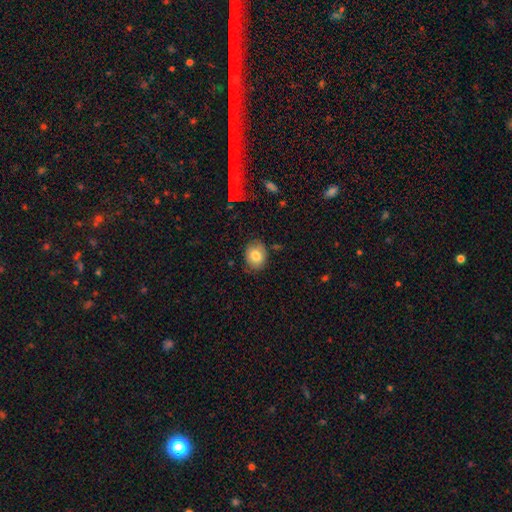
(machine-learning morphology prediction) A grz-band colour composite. It shows a smooth galaxy with no disk features (79%) that is in between round and cigar-shaped (51%). Merging: none (81%).